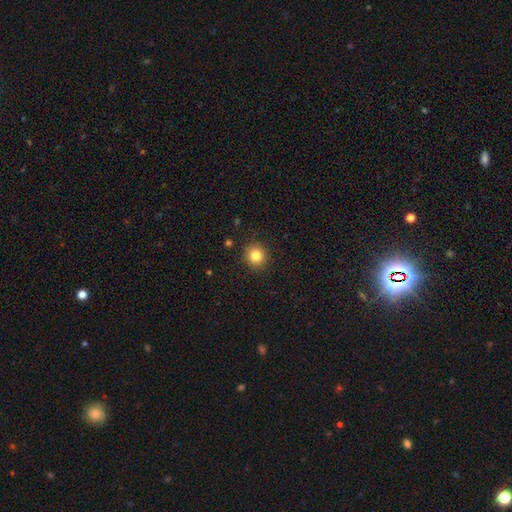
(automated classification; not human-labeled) smooth-or-featured: smooth: 83% | star or artifact: 11% | featured or disk: 6%
  how-rounded: round: 90% | in between: 9% | cigar-shaped: 1%
  merging: none: 91% | minor disturbance: 6% | major disturbance: 2% | merger: 1%